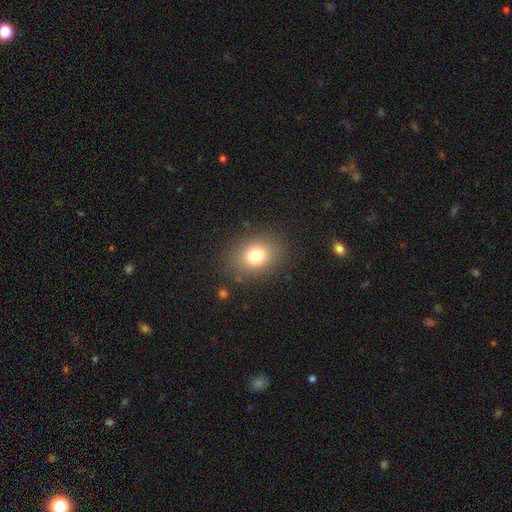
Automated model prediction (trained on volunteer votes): A smooth galaxy with no disk features (78%) that is in between round and cigar-shaped (53%). Merging: none (85%).